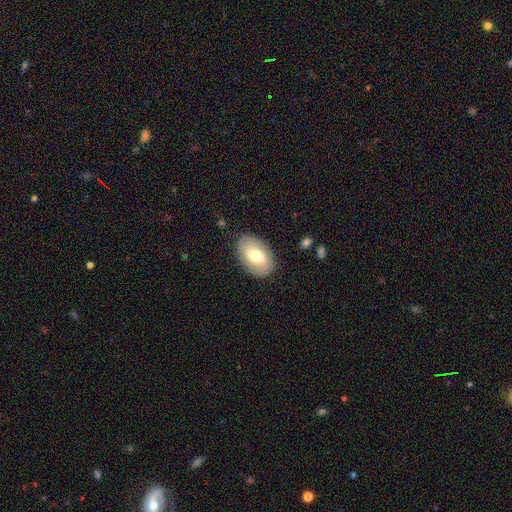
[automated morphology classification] A smooth galaxy with no disk features (59%) that is in between round and cigar-shaped (87%). Merging: none (85%).